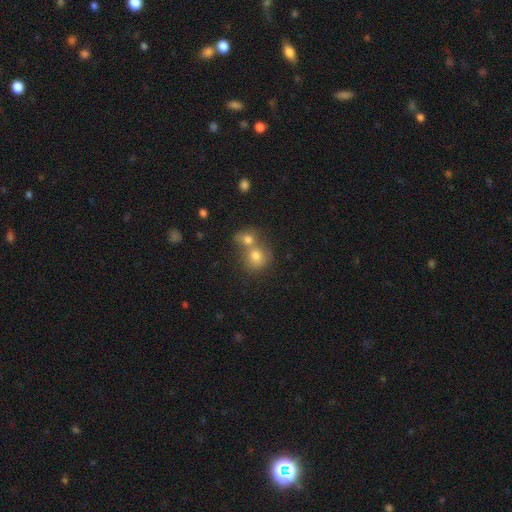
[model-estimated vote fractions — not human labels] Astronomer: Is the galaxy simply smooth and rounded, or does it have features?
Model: smooth — 73%.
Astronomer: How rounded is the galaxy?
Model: round — 77%.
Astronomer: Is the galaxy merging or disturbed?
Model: merger — 56% (runner-up: none, 34%).